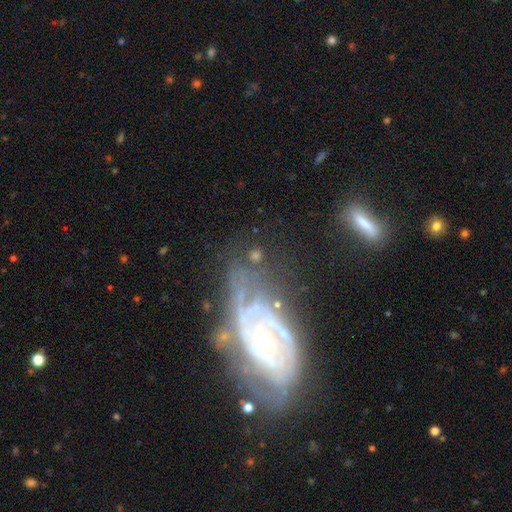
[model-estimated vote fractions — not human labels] featured or disk 62%, smooth 21%, star or artifact 17%. Down the decision tree: edge-on disk — no (91%); bar — no (69%); spiral arms — yes (62%); bulge size — moderate (50%); merging — none (44%).